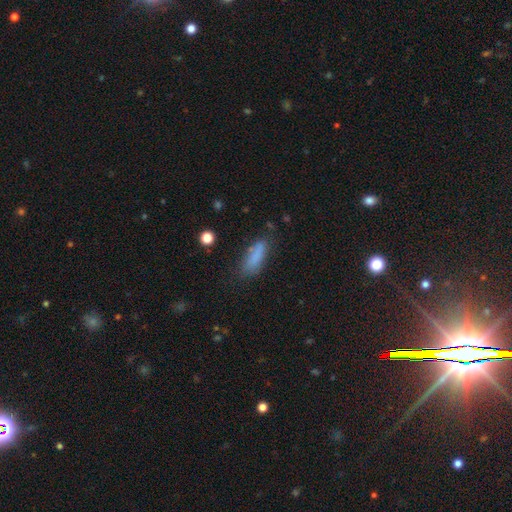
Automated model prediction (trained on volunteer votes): This appears to be a smooth galaxy with no disk features (81%) that is in between round and cigar-shaped (55%). Merging: none (68%).